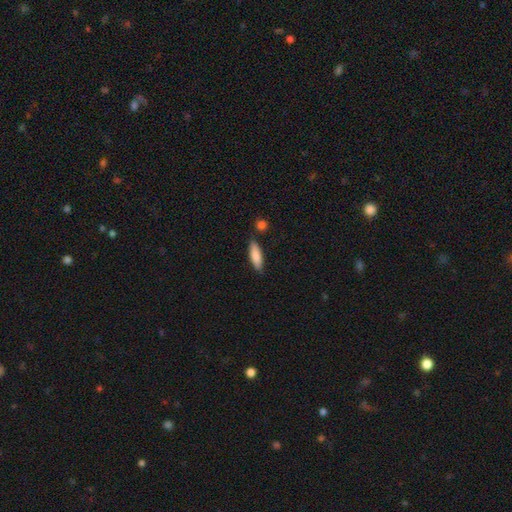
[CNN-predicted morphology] Smooth or featured?
  - smooth: 84% *
  - featured or disk: 10%
  - star or artifact: 6%
How rounded?
  - cigar-shaped: 50% *
  - in between: 48%
  - round: 2%
Merging?
  - none: 80% *
  - minor disturbance: 13%
  - merger: 5%
  - major disturbance: 3%